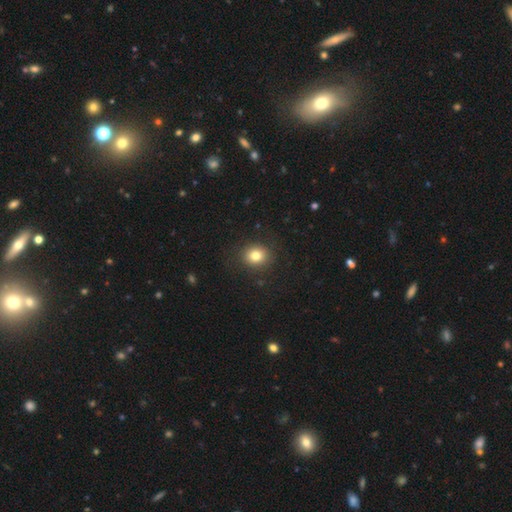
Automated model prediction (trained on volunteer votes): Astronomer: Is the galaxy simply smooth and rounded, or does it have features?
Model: smooth — 80%.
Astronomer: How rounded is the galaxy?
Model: round — 78%.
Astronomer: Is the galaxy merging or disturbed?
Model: none — 88%.